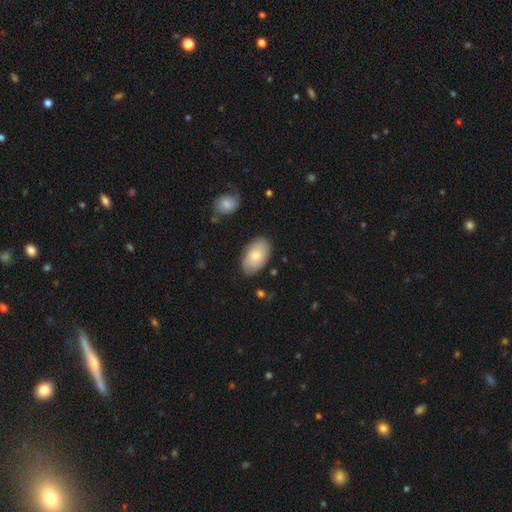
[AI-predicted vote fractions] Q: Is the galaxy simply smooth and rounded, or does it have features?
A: smooth — 78%.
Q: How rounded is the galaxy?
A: in between — 95%.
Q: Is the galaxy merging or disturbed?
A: none — 83%.